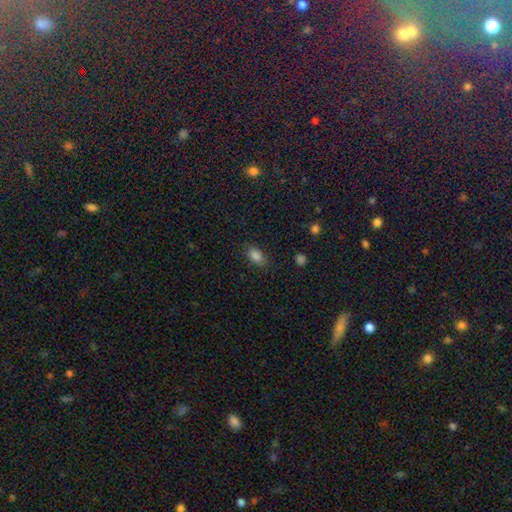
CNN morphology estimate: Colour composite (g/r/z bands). It shows a smooth galaxy with no disk features (84%) that is in between round and cigar-shaped (88%). Merging: none (81%).